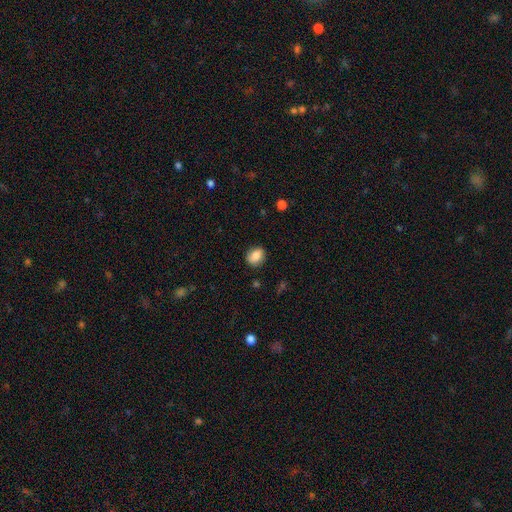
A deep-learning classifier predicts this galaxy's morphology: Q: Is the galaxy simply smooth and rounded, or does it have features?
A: smooth — 80%.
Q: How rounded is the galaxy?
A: round — 52%.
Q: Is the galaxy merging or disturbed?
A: none — 83%.